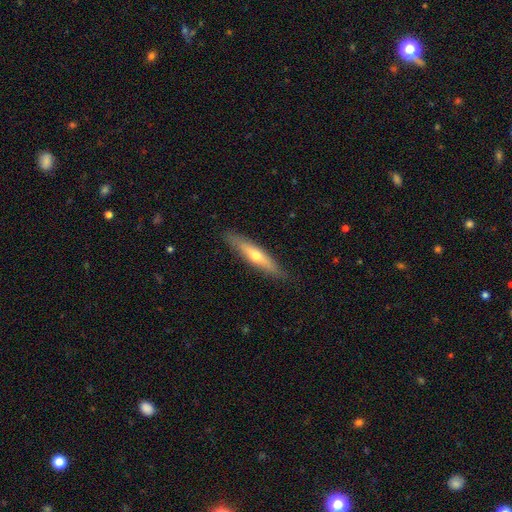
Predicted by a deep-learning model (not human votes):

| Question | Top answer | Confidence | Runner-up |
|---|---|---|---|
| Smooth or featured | smooth | 47% | tied: featured or disk (47%) |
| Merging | none | 86% | minor disturbance (10%) |